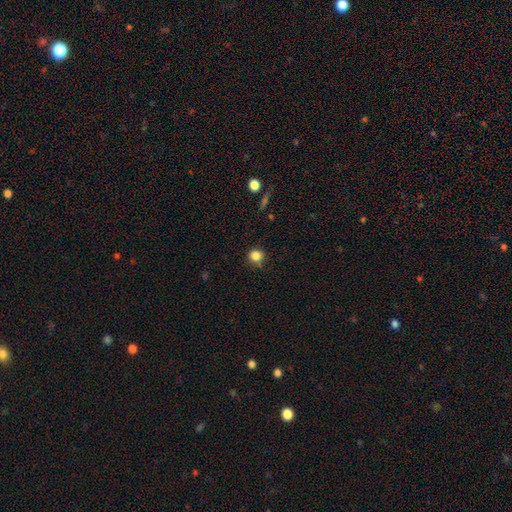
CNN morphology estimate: type=smooth (84%); roundness=round (87%); merging=none (77%).